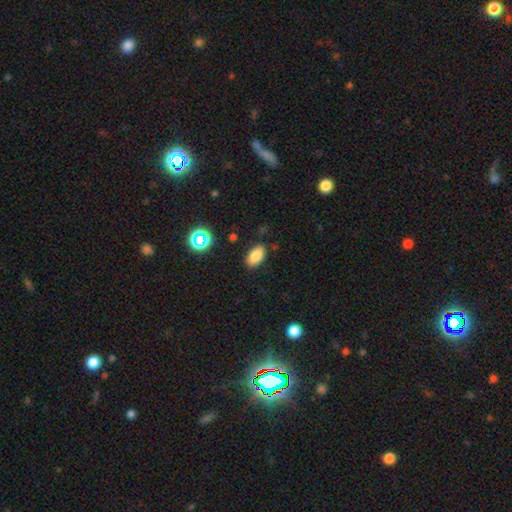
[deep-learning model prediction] Smooth or featured?
  - smooth: 82% *
  - star or artifact: 11%
  - featured or disk: 7%
How rounded?
  - in between: 92% *
  - round: 5%
  - cigar-shaped: 3%
Merging?
  - none: 85% *
  - minor disturbance: 11%
  - major disturbance: 3%
  - merger: 2%